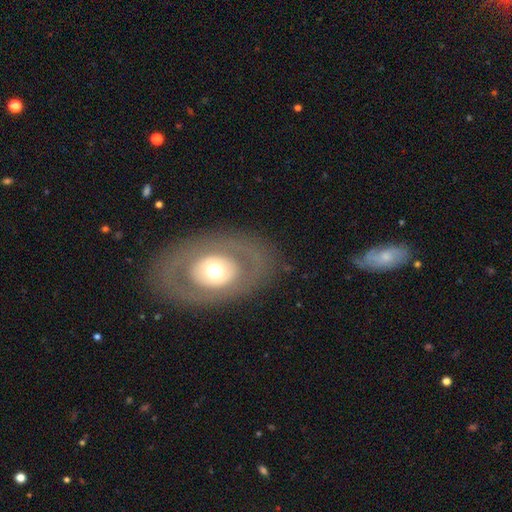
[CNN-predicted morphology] Smooth or featured: featured or disk — 60% (smooth — 34%)
Edge-on disk: no — 91% (yes — 9%)
Bar: no — 89% (weak — 7%)
Spiral arms: no — 84% (yes — 16%)
Bulge size: moderate — 60% (large — 22%)
Merging: none — 84% (minor disturbance — 9%)